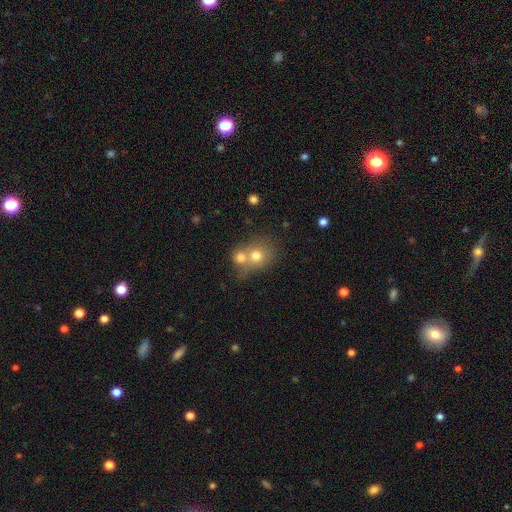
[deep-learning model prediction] A smooth galaxy with no disk features (72%) that is round (74%).

Vote fractions:
- Smooth or featured? smooth: 72% / featured or disk: 17% / star or artifact: 12%
- How rounded? round: 74% / in between: 25% / cigar-shaped: 1%
- Merging? merger: 57% / none: 32% / minor disturbance: 7% / major disturbance: 4%